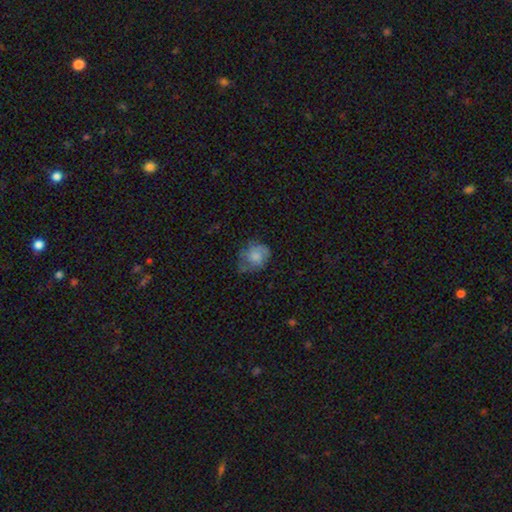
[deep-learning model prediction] smooth_or_featured: smooth (p=0.62) [alt: featured or disk p=0.29]
how_rounded: round (p=0.60) [alt: in between p=0.39]
merging: none (p=0.49) [alt: minor disturbance p=0.33]